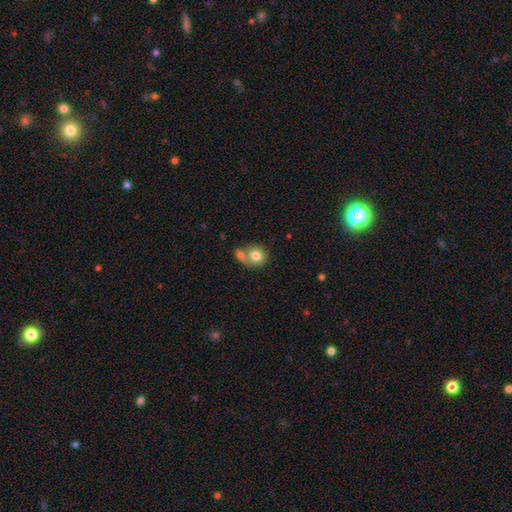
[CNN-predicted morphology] type=smooth (77%); roundness=round (67%); merging=merger (53%).